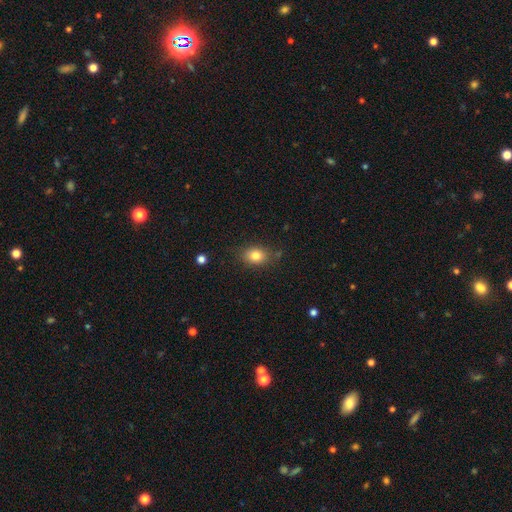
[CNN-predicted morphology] smooth_or_featured: smooth (p=0.81) [alt: star or artifact p=0.11]
how_rounded: in between (p=0.63) [alt: round p=0.36]
merging: none (p=0.79) [alt: minor disturbance p=0.15]